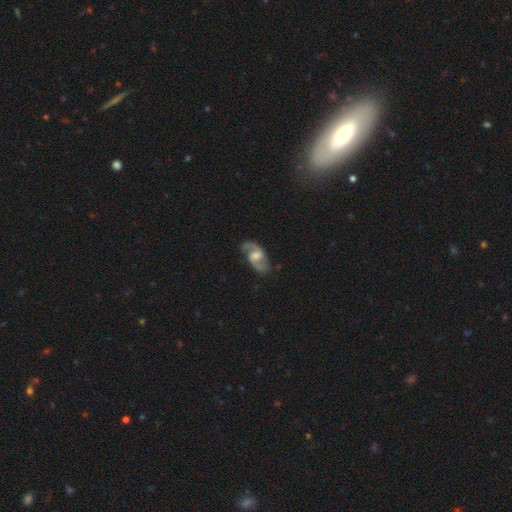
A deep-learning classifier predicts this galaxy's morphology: featured or disk 85%, smooth 10%, star or artifact 5%. Down the decision tree: edge-on disk — no (96%); bar — weak (53%); spiral arms — yes (96%); spiral arm count — 2 (92%); spiral winding — medium (53%); bulge size — moderate (52%); merging — none (79%).